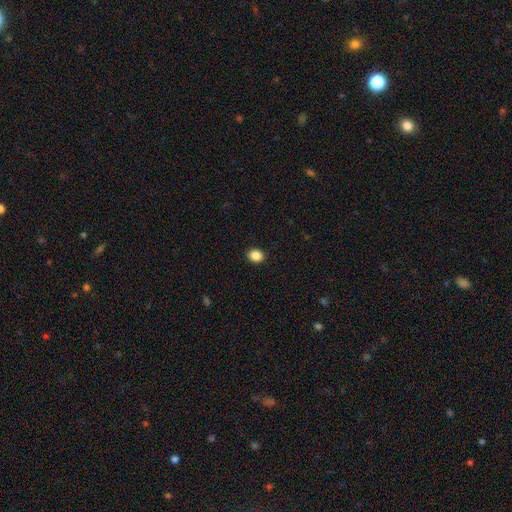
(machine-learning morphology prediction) Overall: smooth (87%). How rounded: round (61%; in between 39%). Merging: none (91%).